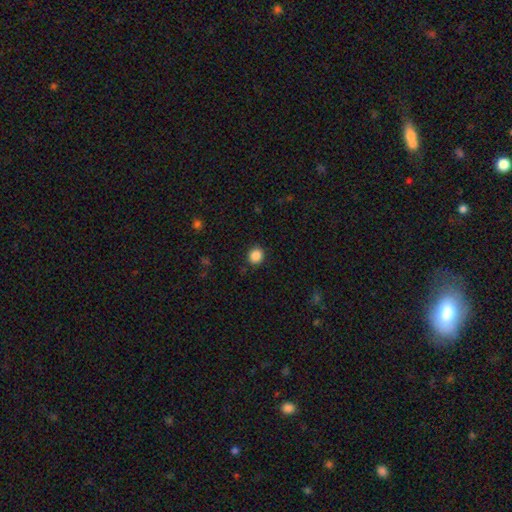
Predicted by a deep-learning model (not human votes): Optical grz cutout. It shows a smooth galaxy with no disk features (87%) that is round (80%). Merging: none (89%).